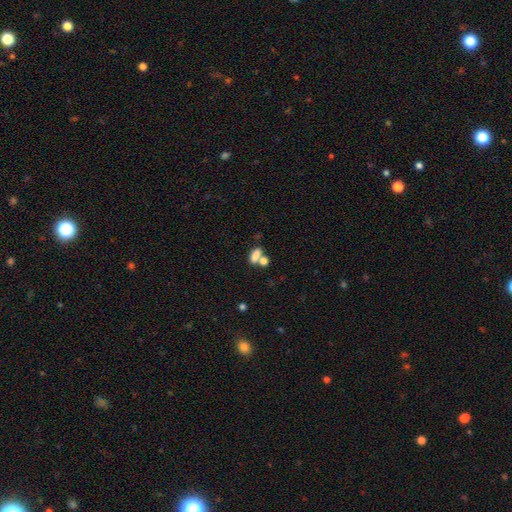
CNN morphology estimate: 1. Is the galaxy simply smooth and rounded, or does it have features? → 79% smooth, 11% star or artifact, 10% featured or disk.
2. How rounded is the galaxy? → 78% in between, 12% round, 11% cigar-shaped.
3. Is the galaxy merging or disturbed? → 44% merger, 41% none, 10% minor disturbance, 5% major disturbance.